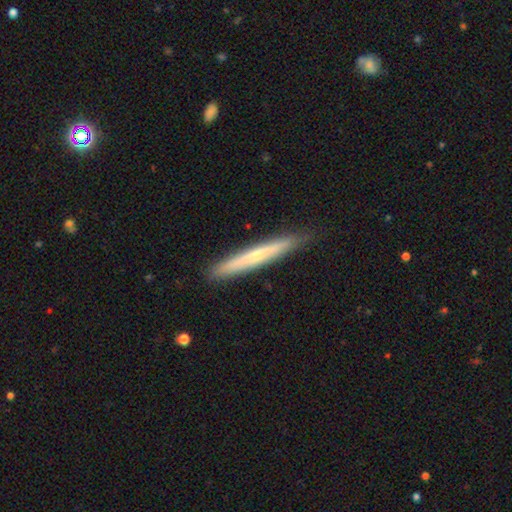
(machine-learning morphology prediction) Smooth or featured: featured or disk — 47% (tied with smooth — 47%)
Merging: none — 89% (minor disturbance — 9%)